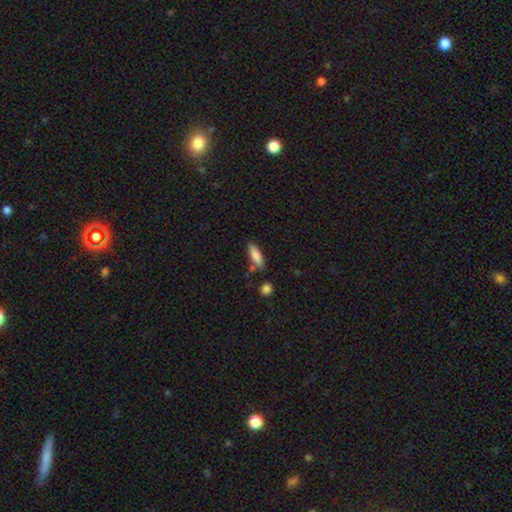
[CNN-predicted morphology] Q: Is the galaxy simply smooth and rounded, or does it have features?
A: smooth — 83%.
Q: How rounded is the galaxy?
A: in between — 58%.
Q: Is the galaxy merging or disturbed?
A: none — 73%.